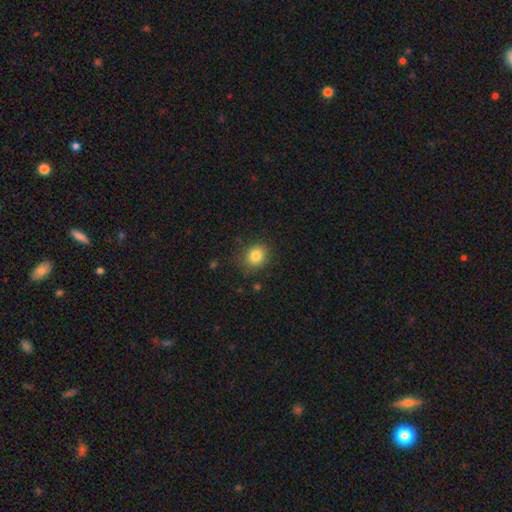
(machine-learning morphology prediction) type=smooth (83%); roundness=round (67%); merging=none (80%).